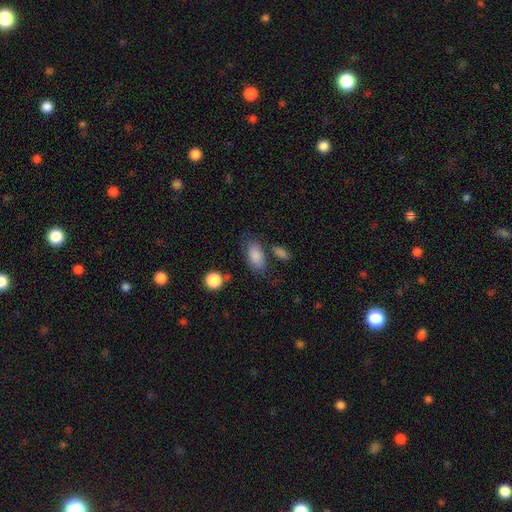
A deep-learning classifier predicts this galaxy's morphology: smooth-or-featured: smooth: 85% | star or artifact: 7% | featured or disk: 7%
  how-rounded: in between: 92% | round: 5% | cigar-shaped: 3%
  merging: none: 65% | minor disturbance: 18% | merger: 9% | major disturbance: 7%